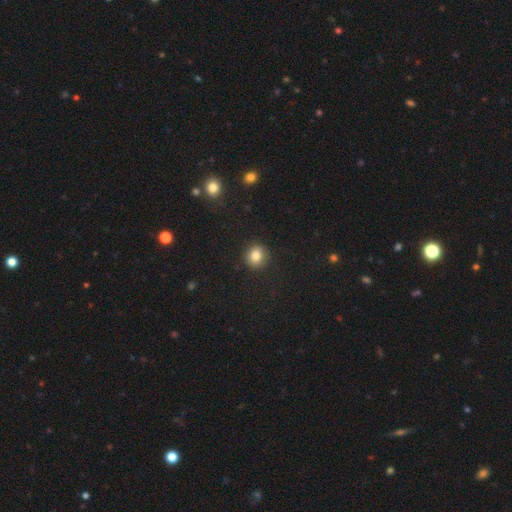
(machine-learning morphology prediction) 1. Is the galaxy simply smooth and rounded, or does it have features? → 83% smooth, 11% star or artifact, 6% featured or disk.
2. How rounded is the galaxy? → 85% round, 14% in between, 1% cigar-shaped.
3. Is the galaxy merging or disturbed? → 90% none, 6% minor disturbance, 2% major disturbance, 1% merger.